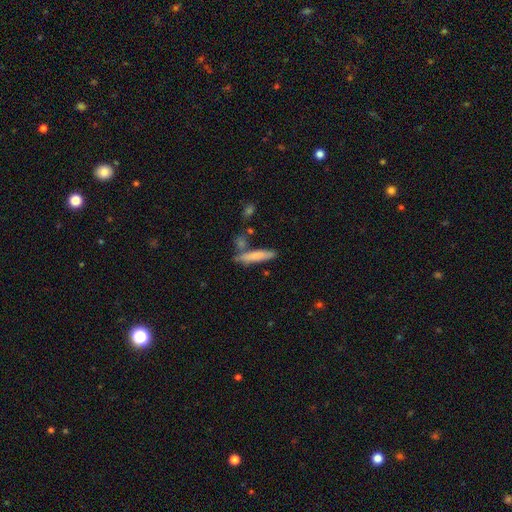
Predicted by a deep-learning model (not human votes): Overall: smooth (75%). How rounded: cigar-shaped (87%). Merging: none (71%).